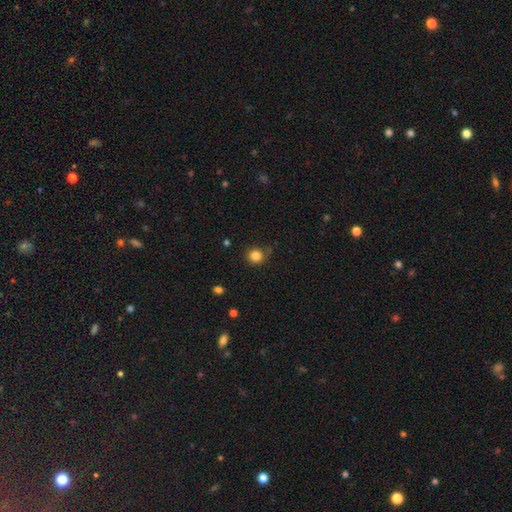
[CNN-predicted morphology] smooth 84%, star or artifact 12%, featured or disk 4%. Down the decision tree: how rounded — round (90%); merging — none (80%).